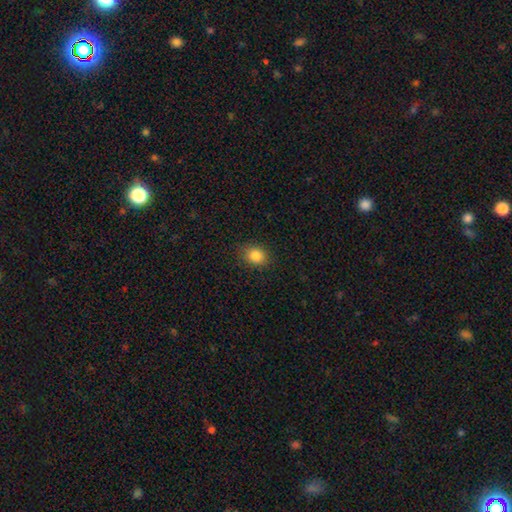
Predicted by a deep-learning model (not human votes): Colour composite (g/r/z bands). It shows a smooth galaxy with no disk features (84%) that is round (55%). Merging: none (88%).